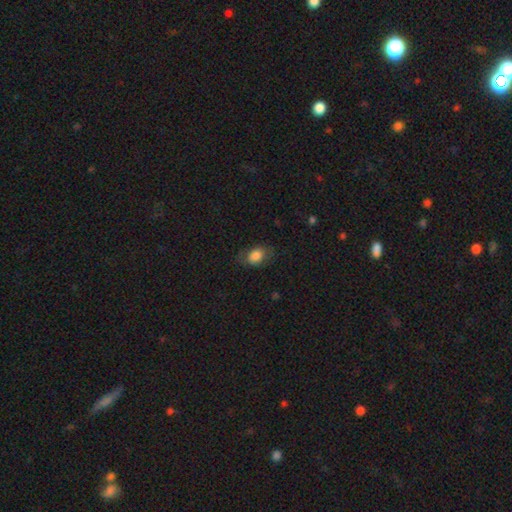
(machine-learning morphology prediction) The model was most divided on "merging": none: 70%, minor disturbance: 20%, major disturbance: 9%, merger: 1%. More confident: how rounded — in between (81%); smooth or featured — smooth (78%).